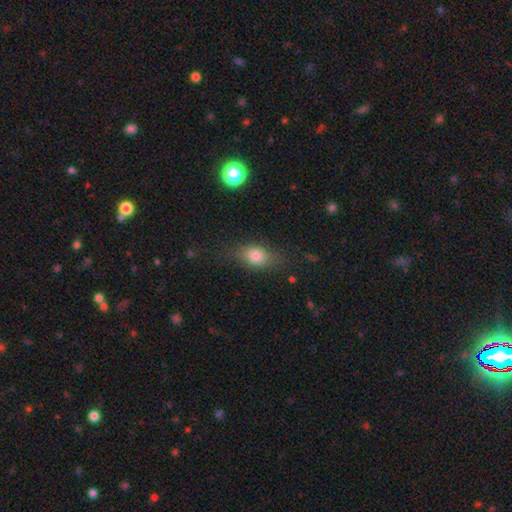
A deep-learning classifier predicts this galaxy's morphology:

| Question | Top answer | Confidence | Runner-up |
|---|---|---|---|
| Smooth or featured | smooth | 76% | featured or disk (13%) |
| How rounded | in between | 70% | round (24%) |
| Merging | none | 70% | minor disturbance (19%) |